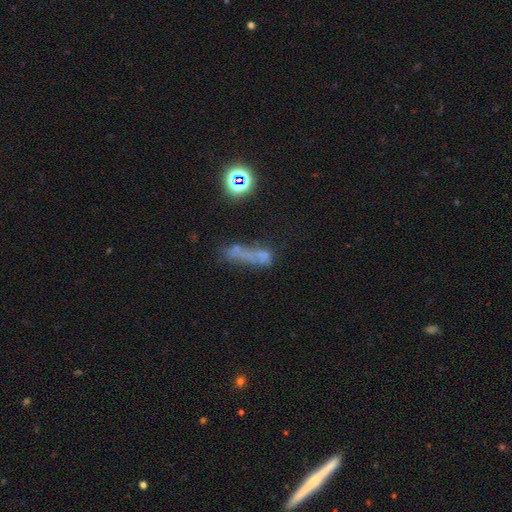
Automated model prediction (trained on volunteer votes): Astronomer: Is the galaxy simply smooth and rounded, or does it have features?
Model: smooth — 39% (runner-up: featured or disk, 32%).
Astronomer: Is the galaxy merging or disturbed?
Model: none — 38% (runner-up: major disturbance, 22%).